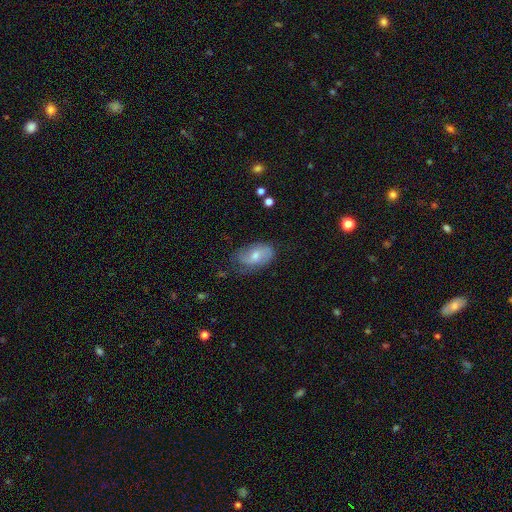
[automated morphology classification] smooth-or-featured: featured or disk: 47% | smooth: 45% | star or artifact: 8%
  merging: none: 61% | minor disturbance: 27% | major disturbance: 10% | merger: 2%